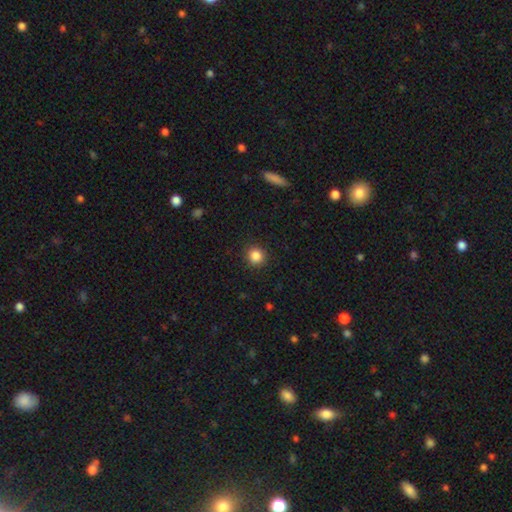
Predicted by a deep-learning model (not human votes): Smooth or featured? smooth (86%)
How rounded? round (91%)
Merging? none (91%)